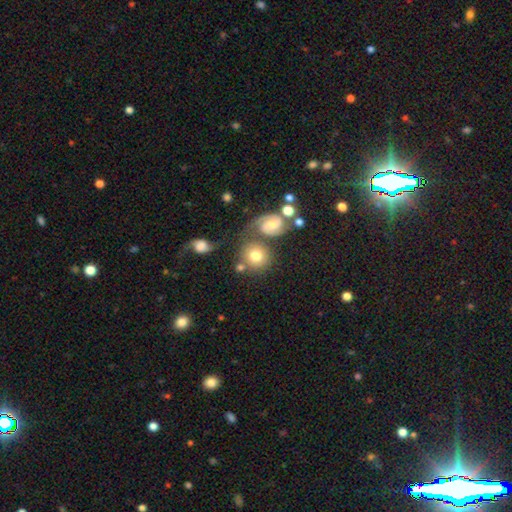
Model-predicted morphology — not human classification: smooth-or-featured: smooth: 67% | featured or disk: 24% | star or artifact: 9%
  how-rounded: round: 85% | in between: 14% | cigar-shaped: 1%
  merging: none: 59% | merger: 22% | minor disturbance: 12% | major disturbance: 6%